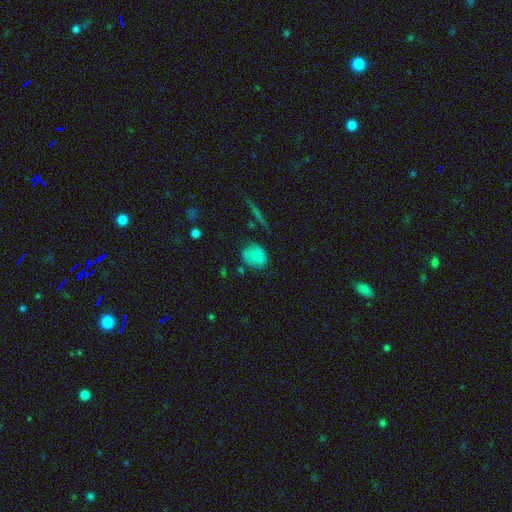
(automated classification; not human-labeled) A smooth galaxy with no disk features (66%) that is round (51%).

Vote fractions:
- Smooth or featured? smooth: 66% / featured or disk: 24% / star or artifact: 10%
- How rounded? round: 51% / in between: 48% / cigar-shaped: 2%
- Merging? none: 62% / minor disturbance: 25% / major disturbance: 8% / merger: 5%